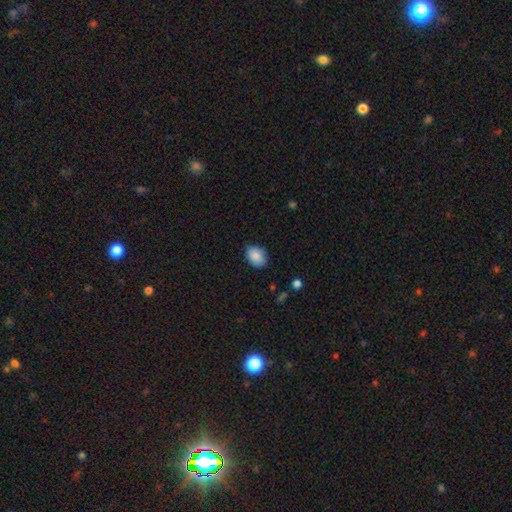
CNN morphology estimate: This is clearly a smooth galaxy (87%). How rounded: likely in between (69%). Merging: clearly none (84%).